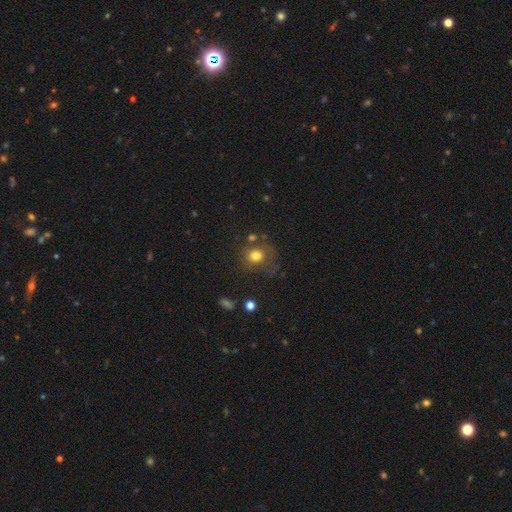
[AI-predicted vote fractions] smooth_or_featured: smooth (p=0.75) [alt: star or artifact p=0.14]
how_rounded: round (p=0.79) [alt: in between p=0.20]
merging: none (p=0.59) [alt: minor disturbance p=0.20]